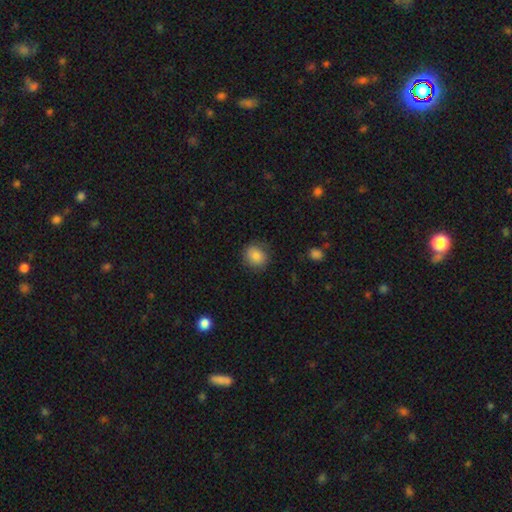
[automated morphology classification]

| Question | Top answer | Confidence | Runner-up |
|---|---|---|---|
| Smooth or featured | smooth | 85% | star or artifact (9%) |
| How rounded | round | 78% | in between (21%) |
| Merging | none | 83% | minor disturbance (12%) |